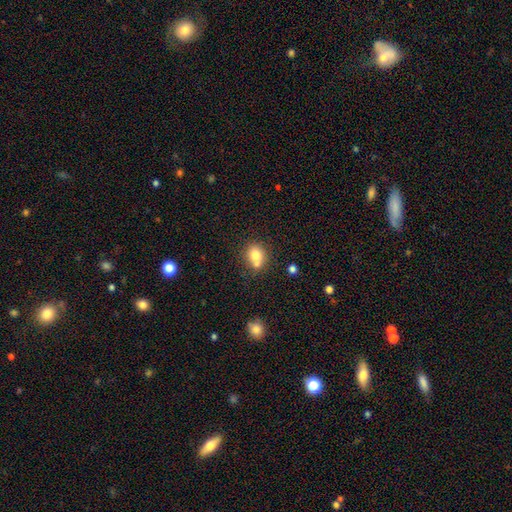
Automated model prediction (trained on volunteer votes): Overall: smooth (77%). How rounded: round (62%; in between 36%). Merging: none (46%; merger 36%).